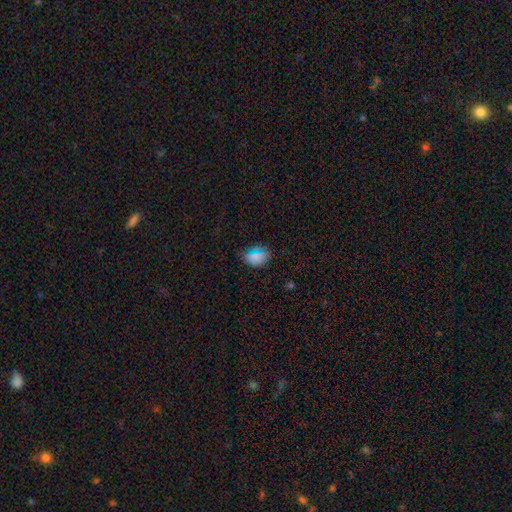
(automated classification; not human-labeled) smooth-or-featured: smooth: 72% | star or artifact: 22% | featured or disk: 6%
  how-rounded: in between: 79% | round: 18% | cigar-shaped: 3%
  merging: none: 79% | minor disturbance: 15% | major disturbance: 4% | merger: 2%